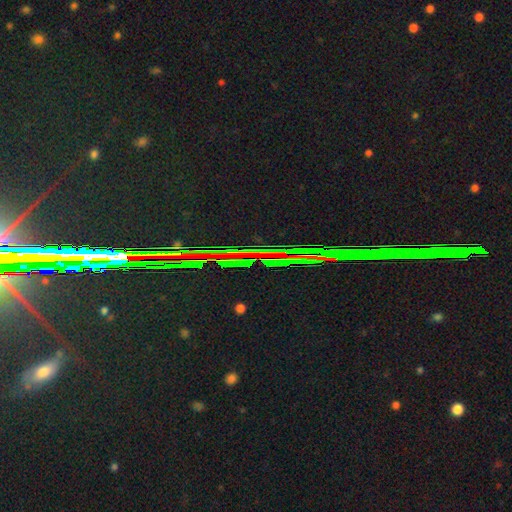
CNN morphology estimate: smooth-or-featured: star or artifact: 87% | featured or disk: 7% | smooth: 6%